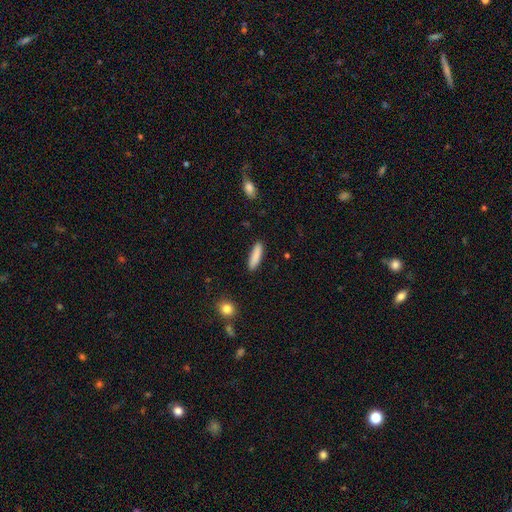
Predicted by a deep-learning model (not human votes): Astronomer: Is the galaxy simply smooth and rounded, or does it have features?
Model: smooth — 87%.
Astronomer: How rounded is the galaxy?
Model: cigar-shaped — 73%.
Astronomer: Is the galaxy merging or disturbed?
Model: none — 89%.